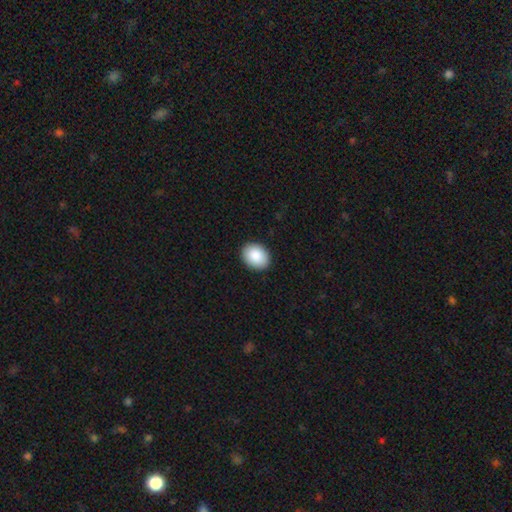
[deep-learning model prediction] Q: Smooth or featured?
A: smooth (89%); runner-up: star or artifact (7%)
Q: How rounded?
A: in between (60%); runner-up: round (39%)
Q: Merging?
A: none (91%); runner-up: minor disturbance (7%)